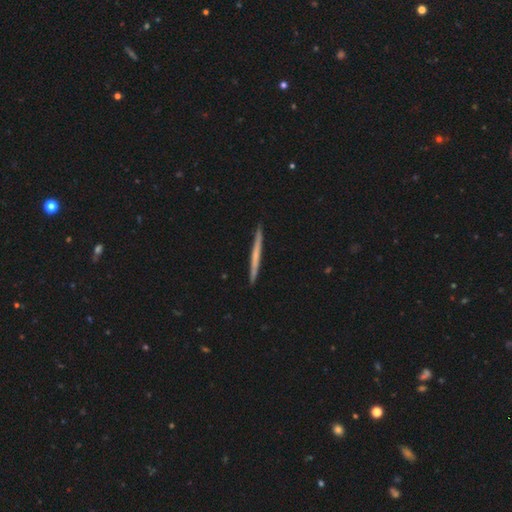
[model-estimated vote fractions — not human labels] This is possibly a featured or disk galaxy (50%). Merging: clearly none (92%).